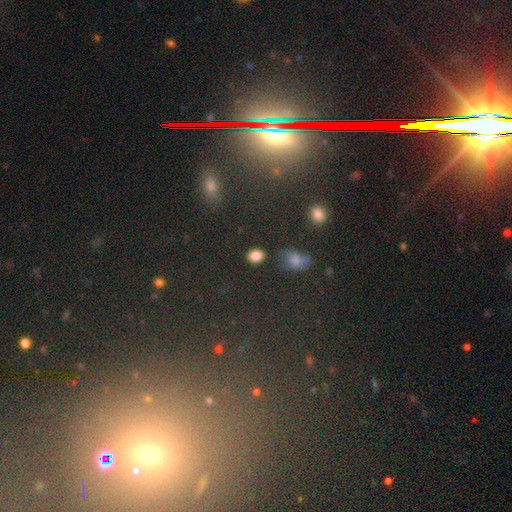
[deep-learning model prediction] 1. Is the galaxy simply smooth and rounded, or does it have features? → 84% smooth, 12% star or artifact, 5% featured or disk.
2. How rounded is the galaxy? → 50% in between, 49% round, 1% cigar-shaped.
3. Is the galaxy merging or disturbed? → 84% none, 9% minor disturbance, 3% merger, 3% major disturbance.